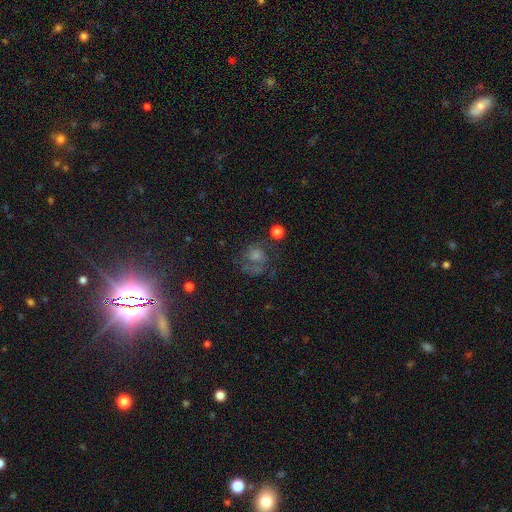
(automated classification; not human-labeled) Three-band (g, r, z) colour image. It shows a featured or disk galaxy (39%). Merging: none (54%).